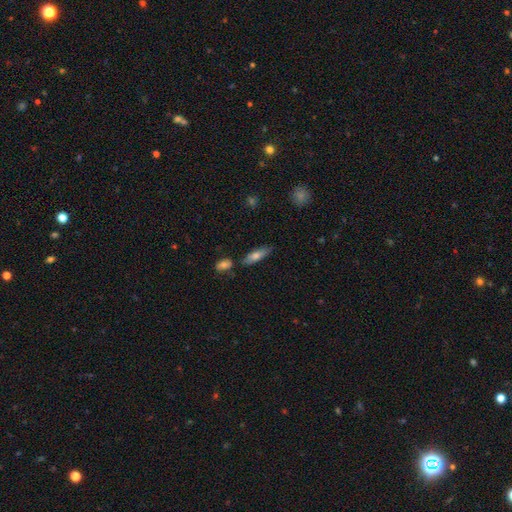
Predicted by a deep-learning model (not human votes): The model was most divided on "how rounded": in between: 50%, cigar-shaped: 48%, round: 2%. More confident: merging — none (75%); smooth or featured — smooth (70%).